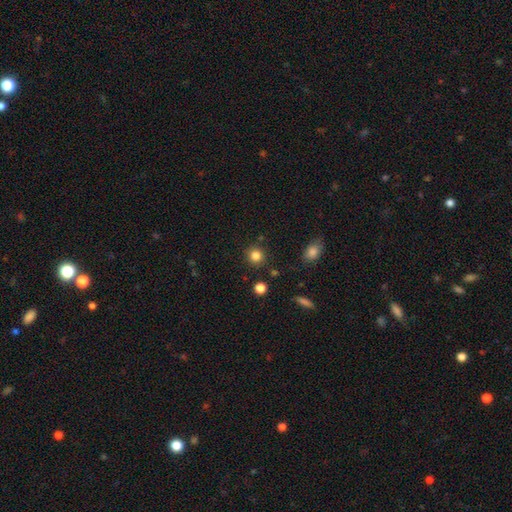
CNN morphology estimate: Smooth or featured?
  - smooth: 83% *
  - star or artifact: 12%
  - featured or disk: 5%
How rounded?
  - round: 92% *
  - in between: 7%
  - cigar-shaped: 1%
Merging?
  - none: 88% *
  - minor disturbance: 7%
  - merger: 3%
  - major disturbance: 2%